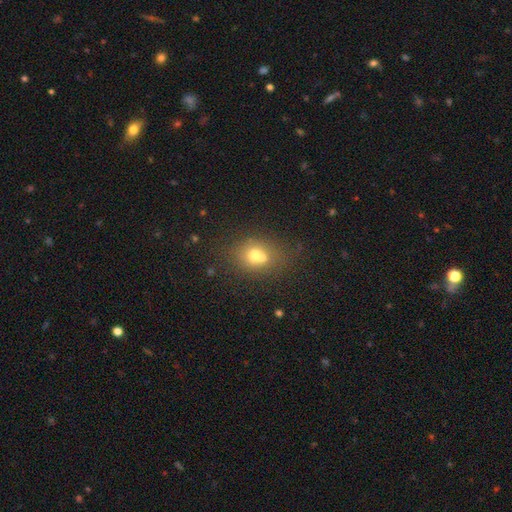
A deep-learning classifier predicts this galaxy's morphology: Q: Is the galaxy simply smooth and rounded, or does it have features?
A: smooth — 64%.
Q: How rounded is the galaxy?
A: round — 56%.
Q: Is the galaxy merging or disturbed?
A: merger — 45%.